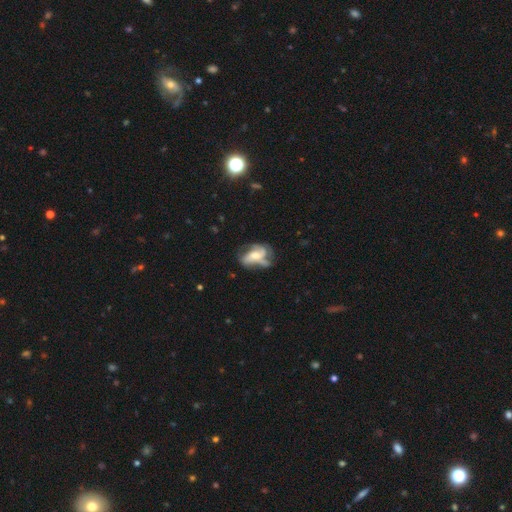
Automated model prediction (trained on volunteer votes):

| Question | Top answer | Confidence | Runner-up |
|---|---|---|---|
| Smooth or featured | featured or disk | 71% | smooth (21%) |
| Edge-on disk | no | 96% | yes (4%) |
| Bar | no | 56% | weak (31%) |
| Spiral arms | yes | 83% | no (17%) |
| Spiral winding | medium | 42% | loose (39%) |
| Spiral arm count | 3 | 43% | 2 (22%) |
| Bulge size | moderate | 52% | small (30%) |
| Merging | none | 42% | major disturbance (28%) |